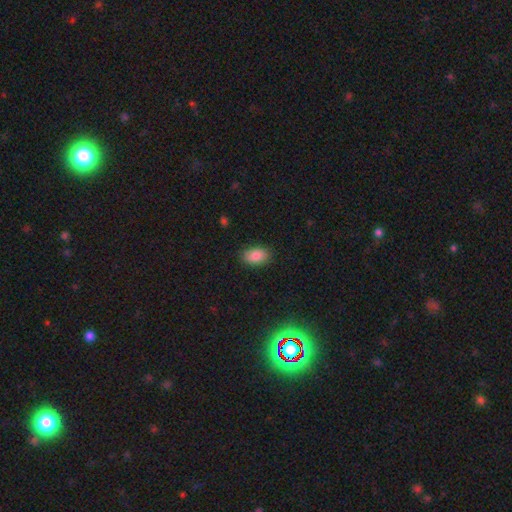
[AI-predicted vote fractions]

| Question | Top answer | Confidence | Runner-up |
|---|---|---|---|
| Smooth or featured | smooth | 86% | star or artifact (8%) |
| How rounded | in between | 90% | round (9%) |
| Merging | none | 87% | minor disturbance (10%) |